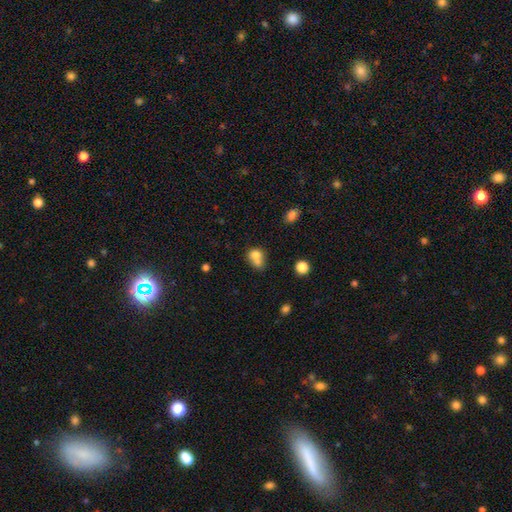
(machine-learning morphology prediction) The model was most divided on "how rounded": round: 63%, in between: 36%, cigar-shaped: 1%. More confident: smooth or featured — smooth (73%); merging — merger (60%).